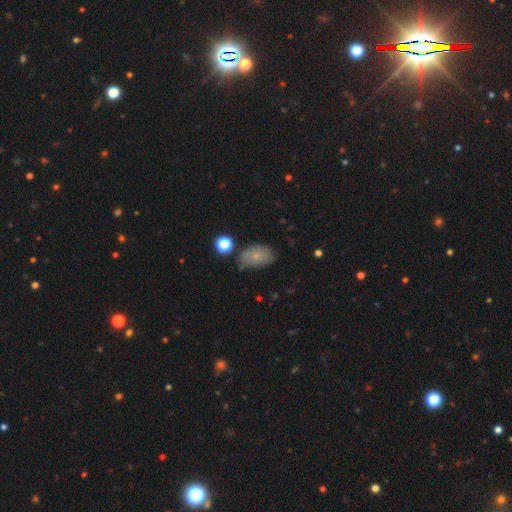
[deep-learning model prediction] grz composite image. It shows a smooth galaxy with no disk features (72%) that is in between round and cigar-shaped (88%). Merging: none (63%).